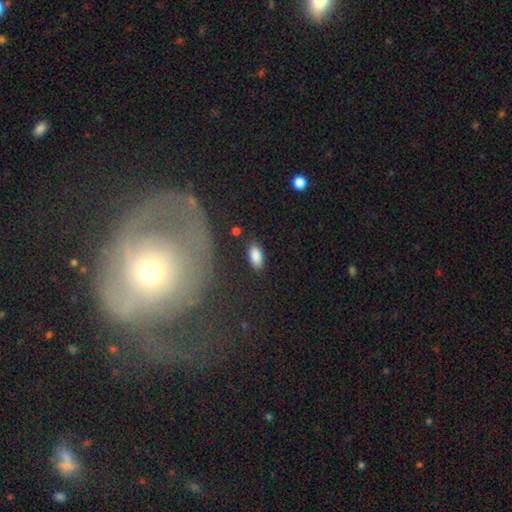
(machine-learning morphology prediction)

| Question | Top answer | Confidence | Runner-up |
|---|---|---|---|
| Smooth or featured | smooth | 87% | star or artifact (7%) |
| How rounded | in between | 92% | cigar-shaped (5%) |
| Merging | none | 80% | minor disturbance (14%) |